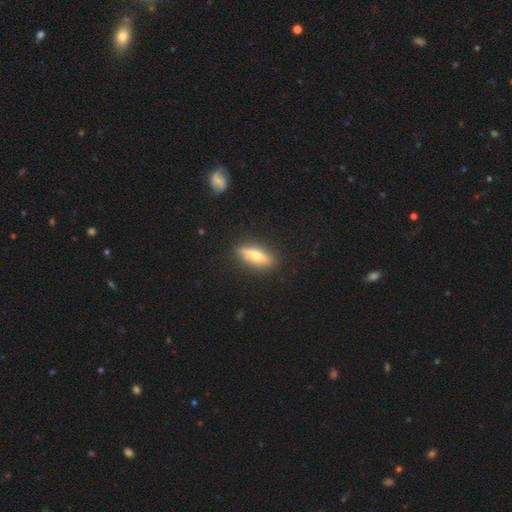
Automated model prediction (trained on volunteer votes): Smooth or featured? Predicted: featured or disk (p=0.53). Edge-on disk? Predicted: yes (p=0.84). Merging? Predicted: none (p=0.85).